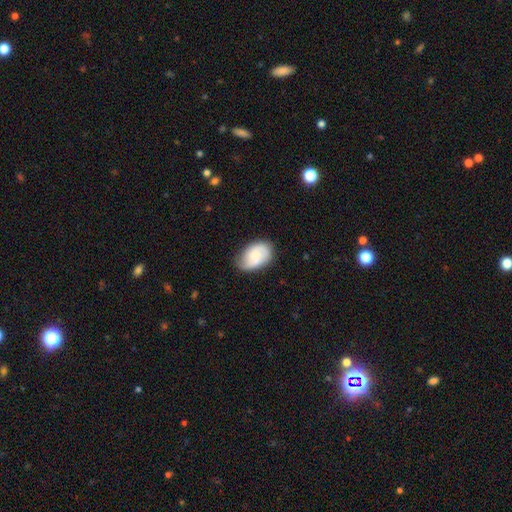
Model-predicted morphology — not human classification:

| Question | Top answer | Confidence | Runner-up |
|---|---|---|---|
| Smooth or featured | smooth | 46% | tied: featured or disk (46%) |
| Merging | none | 67% | minor disturbance (25%) |